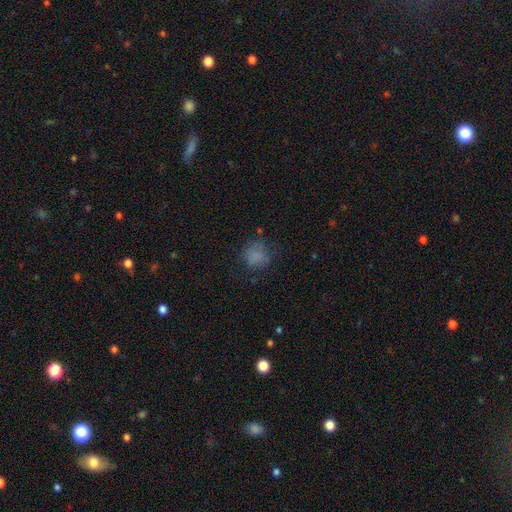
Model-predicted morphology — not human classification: The model was most divided on "merging": none: 62%, minor disturbance: 22%, major disturbance: 14%, merger: 2%. More confident: how rounded — round (76%); smooth or featured — smooth (74%).